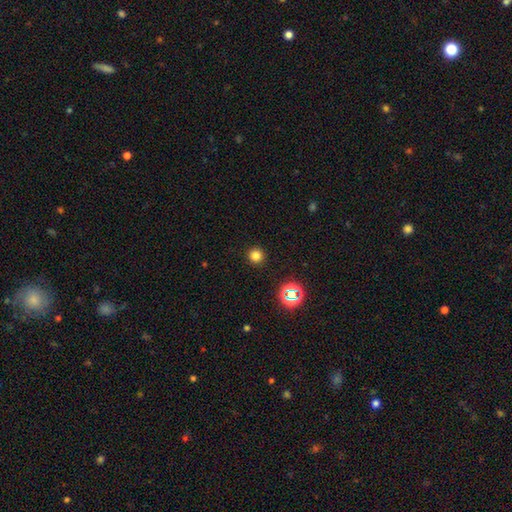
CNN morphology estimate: Q: Smooth or featured?
A: smooth (77%); runner-up: star or artifact (18%)
Q: How rounded?
A: round (95%); runner-up: in between (4%)
Q: Merging?
A: none (92%); runner-up: minor disturbance (5%)